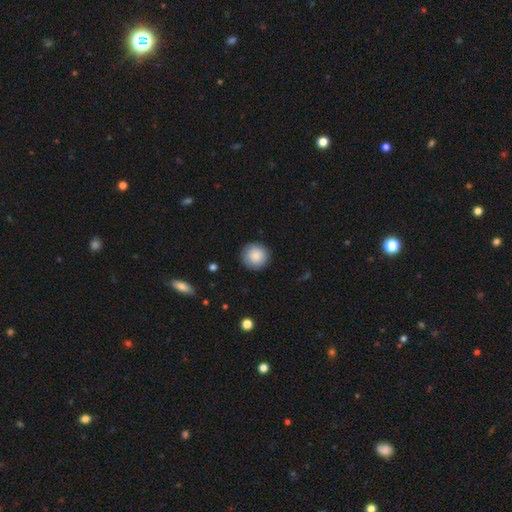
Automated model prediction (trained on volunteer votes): smooth-or-featured: smooth: 87% | star or artifact: 7% | featured or disk: 5%
  how-rounded: round: 95% | in between: 4% | cigar-shaped: 1%
  merging: none: 91% | minor disturbance: 6% | major disturbance: 2% | merger: 1%